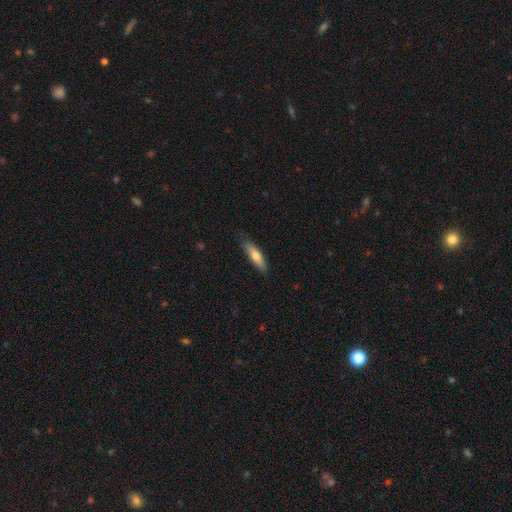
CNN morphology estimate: Smooth or featured: smooth — 68% (featured or disk — 27%)
How rounded: cigar-shaped — 69% (in between — 30%)
Merging: none — 82% (minor disturbance — 14%)